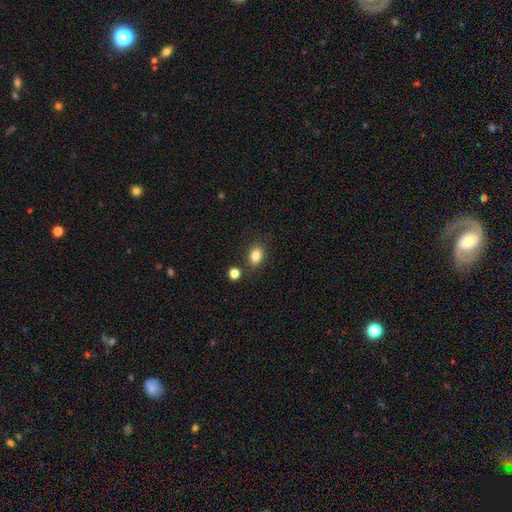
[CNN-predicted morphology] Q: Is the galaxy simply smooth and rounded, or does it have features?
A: smooth — 83%.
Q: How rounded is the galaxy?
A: in between — 73%.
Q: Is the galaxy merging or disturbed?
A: none — 80%.